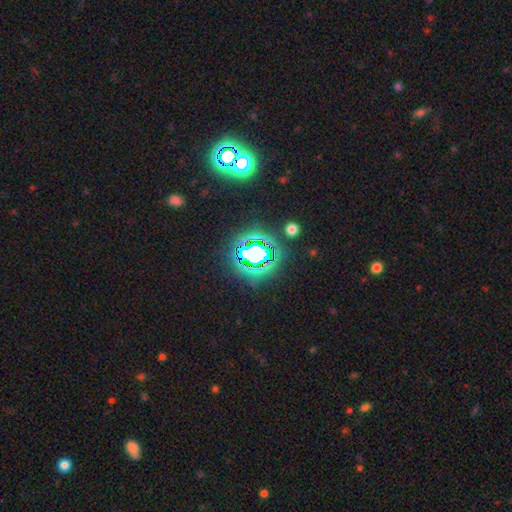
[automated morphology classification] Overall: star or artifact (68%).